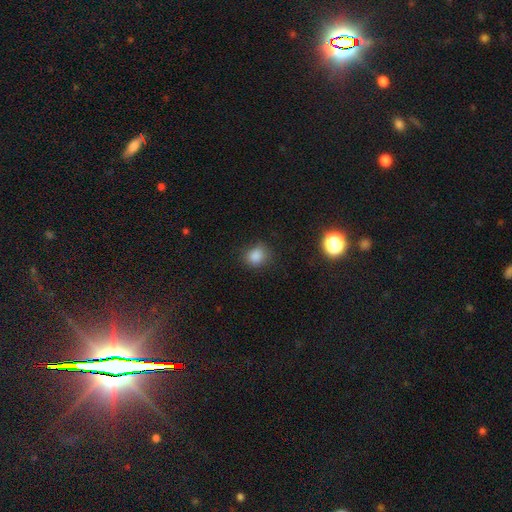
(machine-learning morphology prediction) This is clearly a smooth galaxy (83%). How rounded: likely round (72%). Merging: likely none (77%).